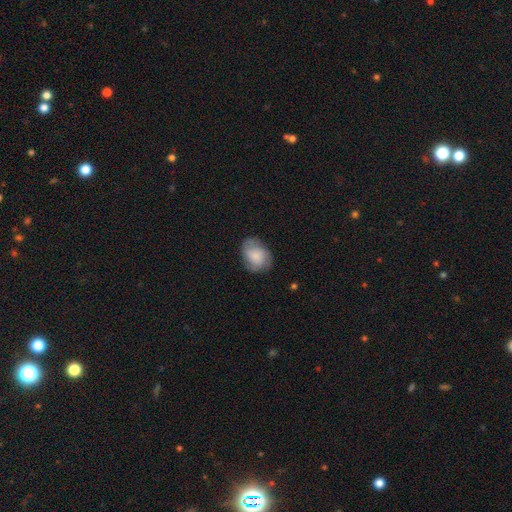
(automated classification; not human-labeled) smooth 63%, featured or disk 29%, star or artifact 8%. Down the decision tree: how rounded — in between (67%); merging — none (69%).